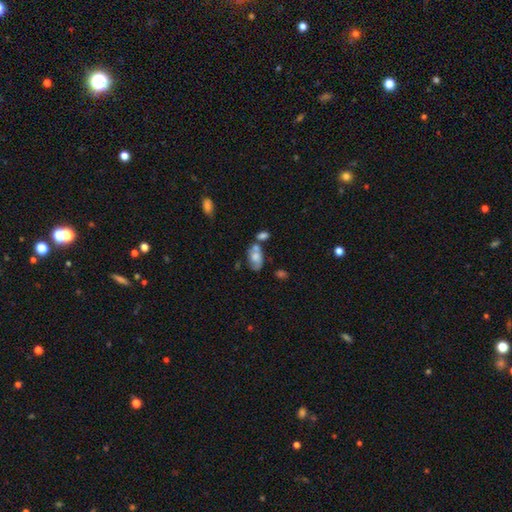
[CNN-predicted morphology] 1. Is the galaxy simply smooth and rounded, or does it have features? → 59% smooth, 32% featured or disk, 8% star or artifact.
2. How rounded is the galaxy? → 91% in between, 7% round, 3% cigar-shaped.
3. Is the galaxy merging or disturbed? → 39% none, 31% merger, 21% minor disturbance, 9% major disturbance.